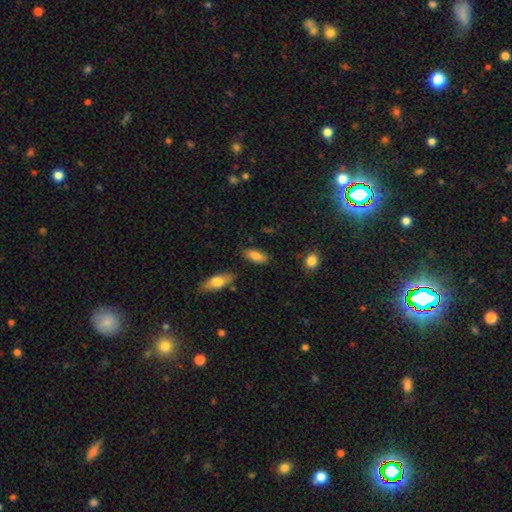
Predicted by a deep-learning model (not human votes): Smooth or featured? Predicted: smooth (p=0.81). How rounded? Predicted: in between (p=0.83). Merging? Predicted: none (p=0.82).